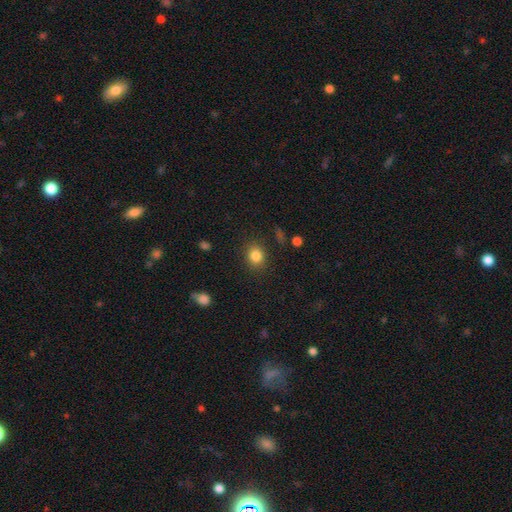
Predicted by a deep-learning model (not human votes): Smooth or featured?
  - smooth: 84% *
  - star or artifact: 11%
  - featured or disk: 6%
How rounded?
  - round: 63% *
  - in between: 36%
  - cigar-shaped: 1%
Merging?
  - none: 86% *
  - minor disturbance: 9%
  - major disturbance: 3%
  - merger: 2%